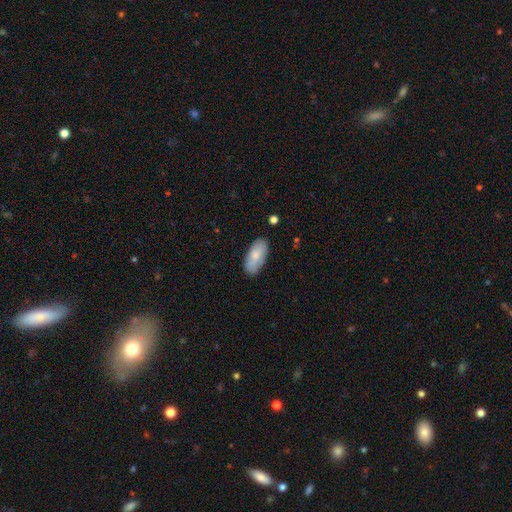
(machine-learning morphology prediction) This appears to be a smooth galaxy with no disk features (78%) that is in between round and cigar-shaped (92%). Merging: none (80%).